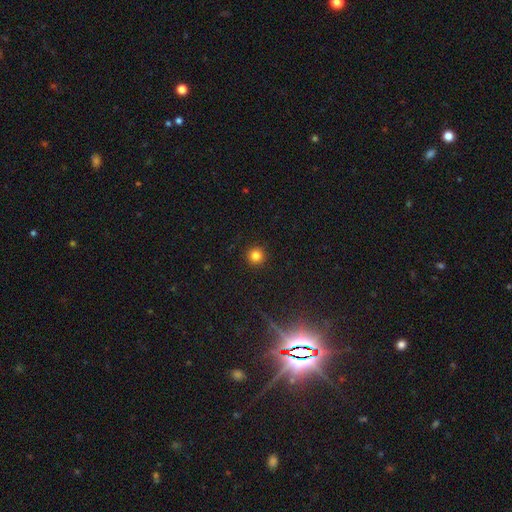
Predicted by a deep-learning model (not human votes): smooth 82%, star or artifact 13%, featured or disk 5%. Down the decision tree: how rounded — round (96%); merging — none (93%).